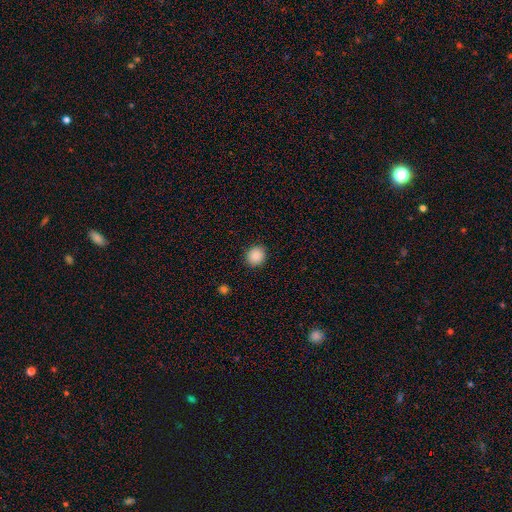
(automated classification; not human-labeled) The model was most divided on "how rounded": round: 81%, in between: 18%, cigar-shaped: 1%. More confident: merging — none (91%); smooth or featured — smooth (88%).